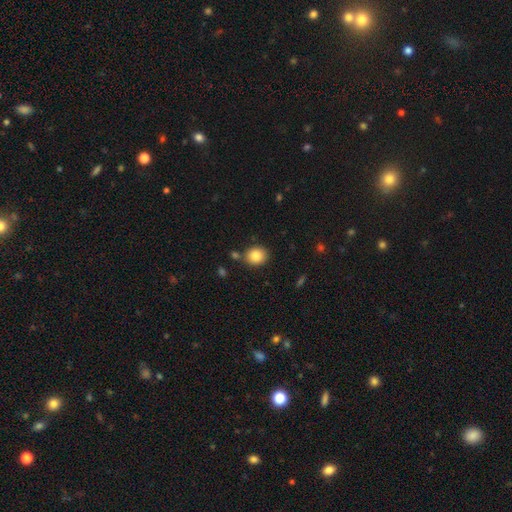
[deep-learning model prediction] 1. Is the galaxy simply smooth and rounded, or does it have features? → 85% smooth, 9% star or artifact, 6% featured or disk.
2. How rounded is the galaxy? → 75% round, 24% in between, 1% cigar-shaped.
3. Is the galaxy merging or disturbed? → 81% none, 10% minor disturbance, 7% merger, 3% major disturbance.